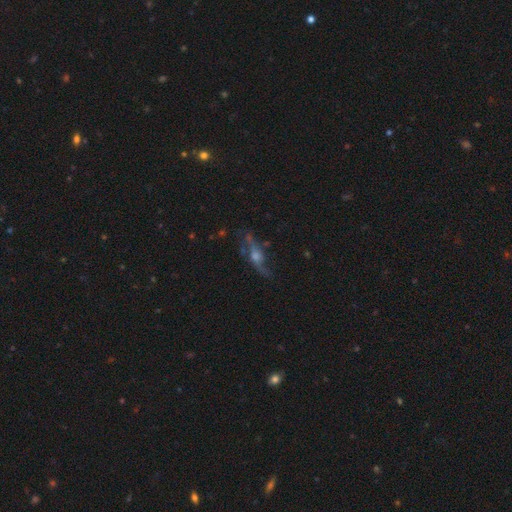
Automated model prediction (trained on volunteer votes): Smooth or featured? Predicted: featured or disk (p=0.76). Edge-on disk? Predicted: yes (p=0.51). Merging? Predicted: none (p=0.68).